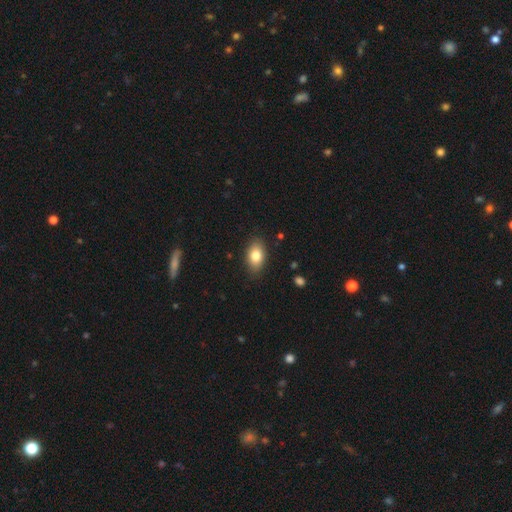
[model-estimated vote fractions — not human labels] A smooth galaxy with no disk features (81%) that is in between round and cigar-shaped (89%). Merging: none (86%).